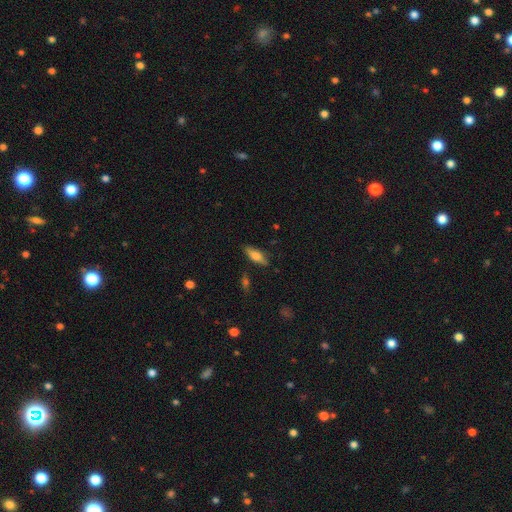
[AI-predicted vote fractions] smooth 62%, featured or disk 31%, star or artifact 7%. Down the decision tree: how rounded — in between (56%); merging — none (83%).